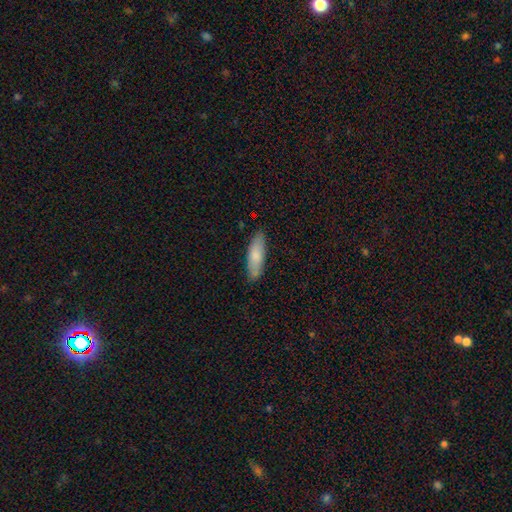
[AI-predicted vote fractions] A smooth galaxy with no disk features (78%) that is in between round and cigar-shaped (50%).

Vote fractions:
- Smooth or featured? smooth: 78% / featured or disk: 16% / star or artifact: 6%
- How rounded? in between: 50% / cigar-shaped: 49% / round: 2%
- Merging? none: 81% / minor disturbance: 15% / major disturbance: 2% / merger: 2%